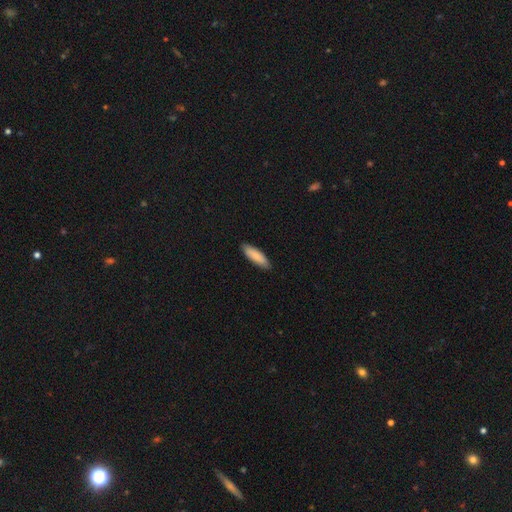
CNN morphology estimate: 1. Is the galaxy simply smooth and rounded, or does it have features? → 84% smooth, 11% featured or disk, 5% star or artifact.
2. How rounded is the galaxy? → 51% cigar-shaped, 48% in between, 1% round.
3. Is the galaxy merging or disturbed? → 88% none, 9% minor disturbance, 2% major disturbance, 1% merger.